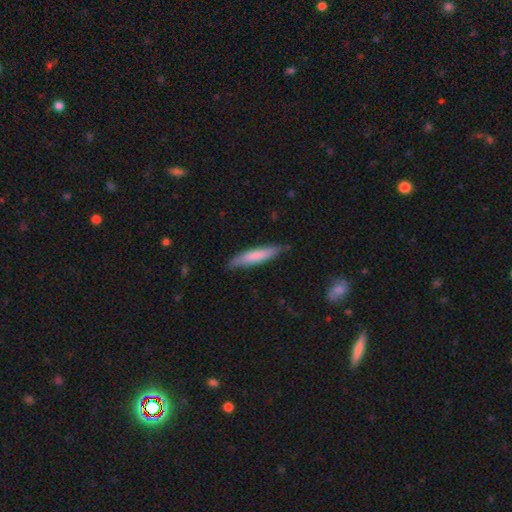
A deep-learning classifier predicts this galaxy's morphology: Overall: smooth (74%). How rounded: cigar-shaped (88%). Merging: none (82%).